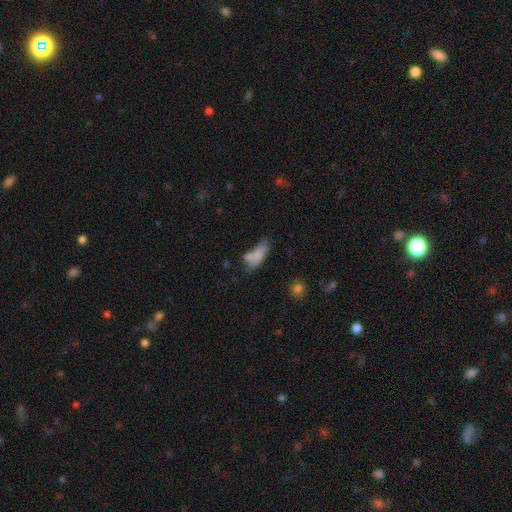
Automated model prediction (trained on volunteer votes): smooth 76%, featured or disk 15%, star or artifact 9%. Down the decision tree: how rounded — in between (75%); merging — none (37%).